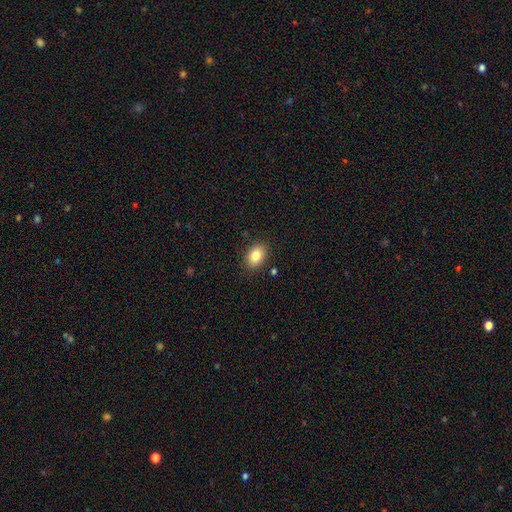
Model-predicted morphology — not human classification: This is clearly a smooth galaxy (83%). How rounded: clearly in between (80%). Merging: clearly none (87%).